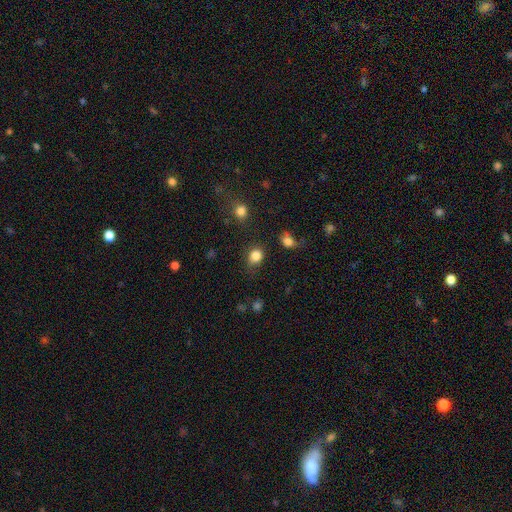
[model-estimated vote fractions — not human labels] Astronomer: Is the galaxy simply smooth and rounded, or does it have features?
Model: smooth — 84%.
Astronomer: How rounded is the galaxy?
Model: round — 63%.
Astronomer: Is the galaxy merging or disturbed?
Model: none — 64%.